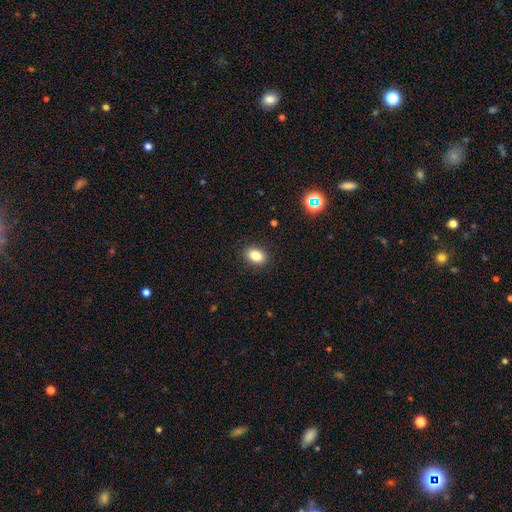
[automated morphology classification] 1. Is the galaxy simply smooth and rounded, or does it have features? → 84% smooth, 10% star or artifact, 6% featured or disk.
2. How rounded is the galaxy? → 78% in between, 21% round, 1% cigar-shaped.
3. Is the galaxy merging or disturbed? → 90% none, 7% minor disturbance, 2% major disturbance, 1% merger.